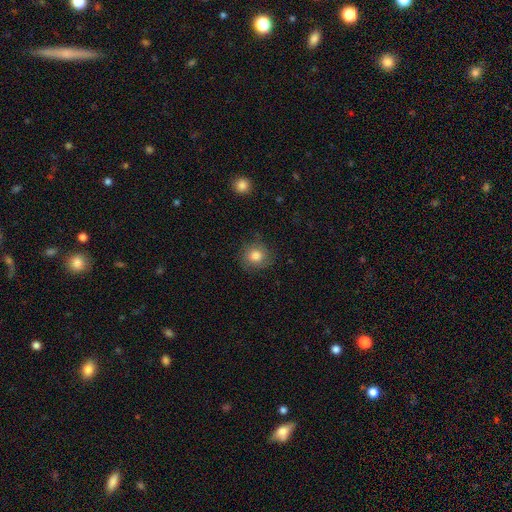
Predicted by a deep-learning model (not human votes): A smooth galaxy with no disk features (80%) that is round (87%). Merging: none (80%).